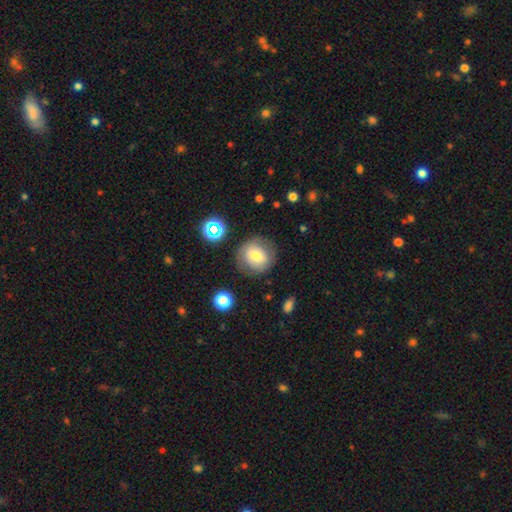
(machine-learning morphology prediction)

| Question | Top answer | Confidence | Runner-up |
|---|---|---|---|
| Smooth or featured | smooth | 68% | featured or disk (20%) |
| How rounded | round | 89% | in between (10%) |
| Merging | none | 79% | minor disturbance (13%) |